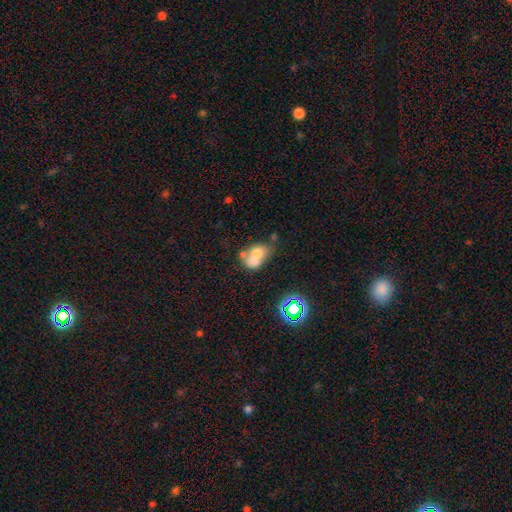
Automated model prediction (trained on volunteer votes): Smooth or featured: smooth — 62% (featured or disk — 25%)
How rounded: in between — 67% (round — 31%)
Merging: merger — 57% (none — 23%)